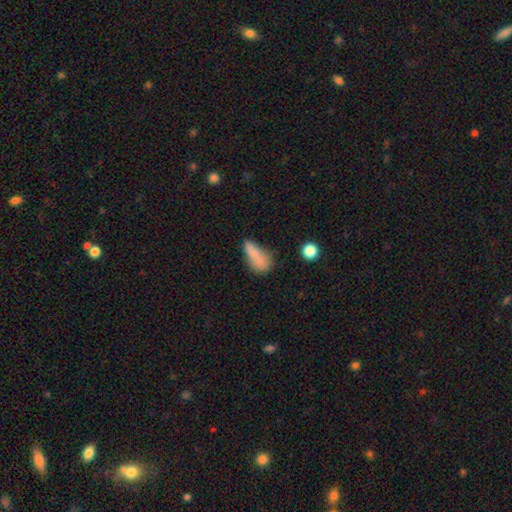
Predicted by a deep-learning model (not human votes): Morphology: type=smooth (76%); roundness=in between (68%); merging=none (40%).